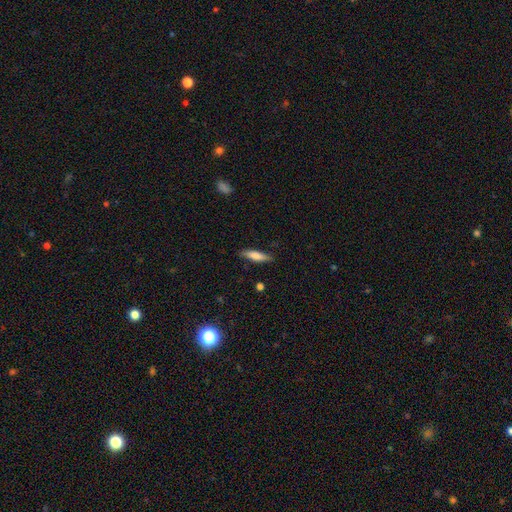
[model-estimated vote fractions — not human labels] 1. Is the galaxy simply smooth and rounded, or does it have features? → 72% smooth, 22% featured or disk, 6% star or artifact.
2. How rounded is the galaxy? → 75% cigar-shaped, 23% in between, 2% round.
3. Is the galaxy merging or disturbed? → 86% none, 11% minor disturbance, 2% major disturbance, 1% merger.